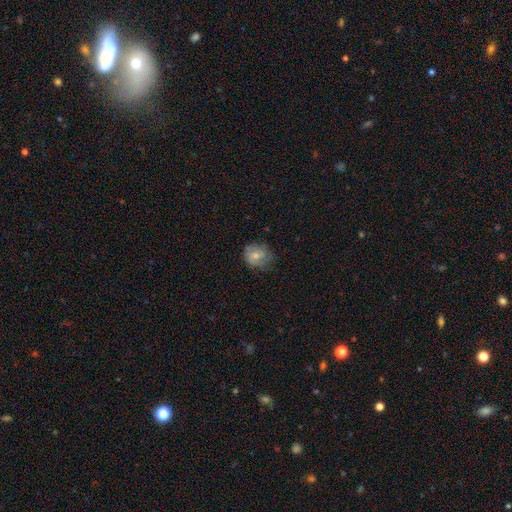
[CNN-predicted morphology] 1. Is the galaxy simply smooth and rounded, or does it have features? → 50% smooth, 42% featured or disk, 8% star or artifact.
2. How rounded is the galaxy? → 75% round, 24% in between, 1% cigar-shaped.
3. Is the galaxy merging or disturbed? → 66% none, 24% minor disturbance, 9% major disturbance, 1% merger.